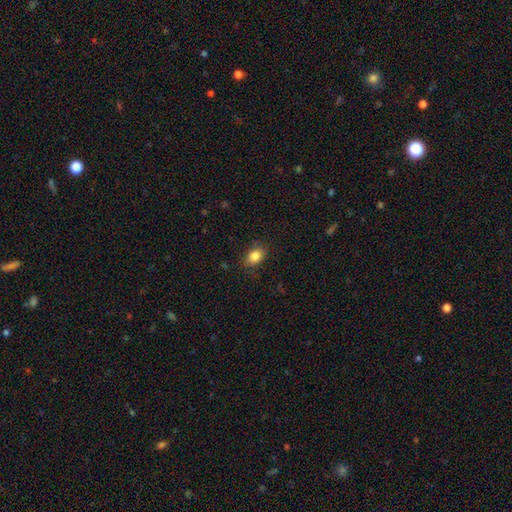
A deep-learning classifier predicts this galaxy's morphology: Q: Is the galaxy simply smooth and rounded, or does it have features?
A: smooth — 85%.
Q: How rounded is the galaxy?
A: in between — 77%.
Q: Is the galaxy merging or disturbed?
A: none — 81%.